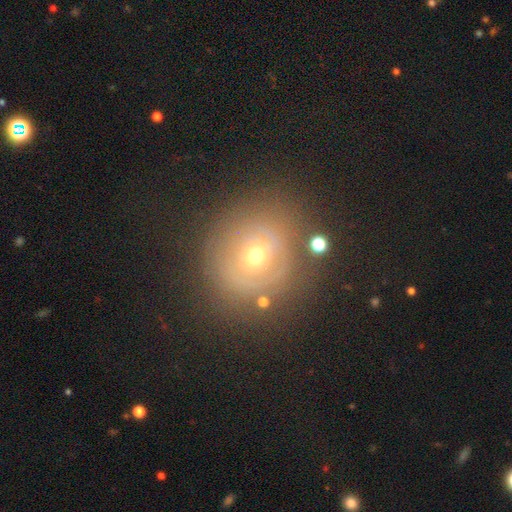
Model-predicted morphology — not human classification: smooth-or-featured: featured or disk: 49% | smooth: 38% | star or artifact: 13%
  merging: none: 70% | minor disturbance: 16% | major disturbance: 10% | merger: 4%